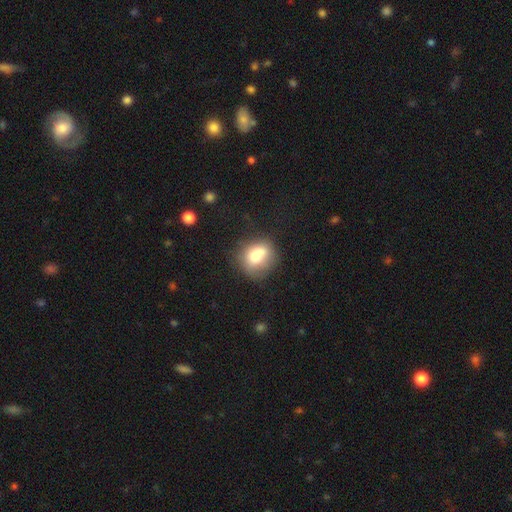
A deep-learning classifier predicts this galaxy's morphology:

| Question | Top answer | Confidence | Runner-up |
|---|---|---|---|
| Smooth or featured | smooth | 73% | featured or disk (17%) |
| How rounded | round | 63% | in between (36%) |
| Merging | none | 52% | minor disturbance (27%) |